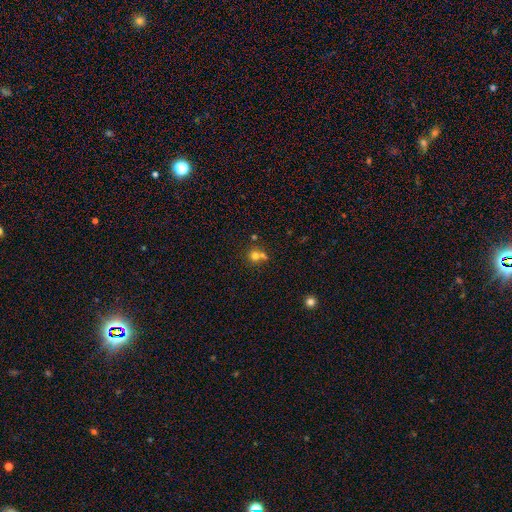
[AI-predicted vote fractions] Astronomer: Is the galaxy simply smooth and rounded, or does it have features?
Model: smooth — 72%.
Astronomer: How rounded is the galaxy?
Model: round — 86%.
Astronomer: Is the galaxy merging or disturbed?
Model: none — 45% (runner-up: merger, 43%).